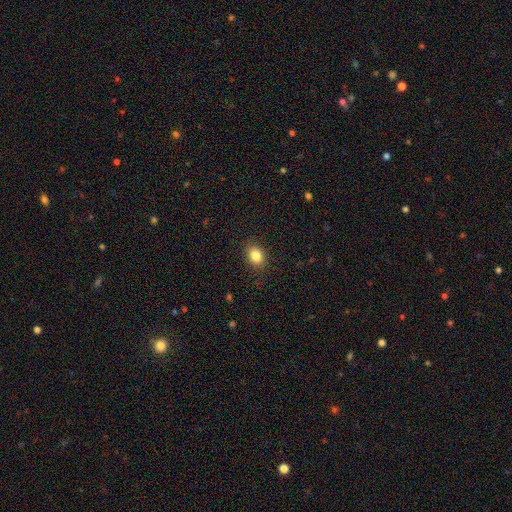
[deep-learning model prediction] smooth 84%, star or artifact 10%, featured or disk 6%. Down the decision tree: how rounded — in between (63%); merging — none (87%).